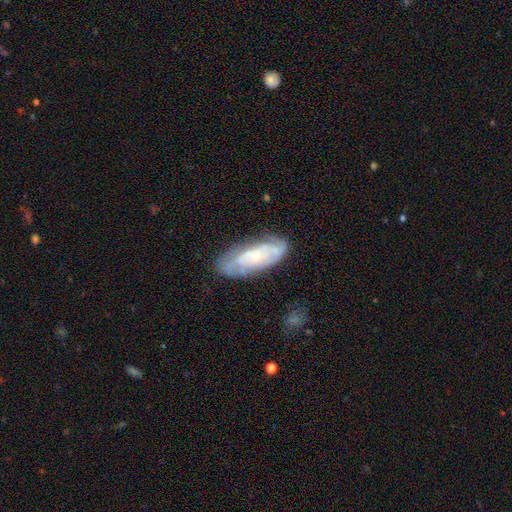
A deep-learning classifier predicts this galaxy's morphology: Smooth or featured? Predicted: featured or disk (p=0.66). Edge-on disk? Predicted: no (p=0.87). Bar? Predicted: no (p=0.77). Spiral arms? Predicted: yes (p=0.73). Bulge size? Predicted: small (p=0.69). Merging? Predicted: none (p=0.73).